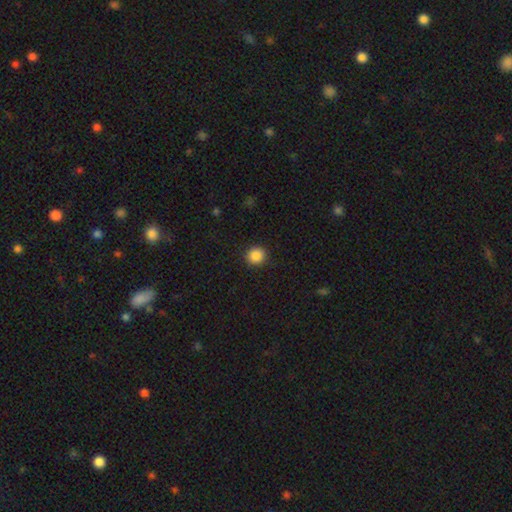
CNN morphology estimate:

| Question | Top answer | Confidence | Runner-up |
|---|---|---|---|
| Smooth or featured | smooth | 87% | star or artifact (10%) |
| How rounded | round | 92% | in between (7%) |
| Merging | none | 91% | minor disturbance (6%) |